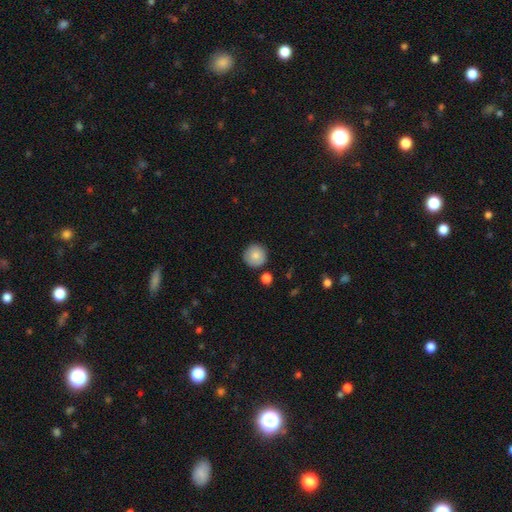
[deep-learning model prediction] Smooth or featured? Predicted: smooth (p=0.83). How rounded? Predicted: round (p=0.96). Merging? Predicted: none (p=0.88).